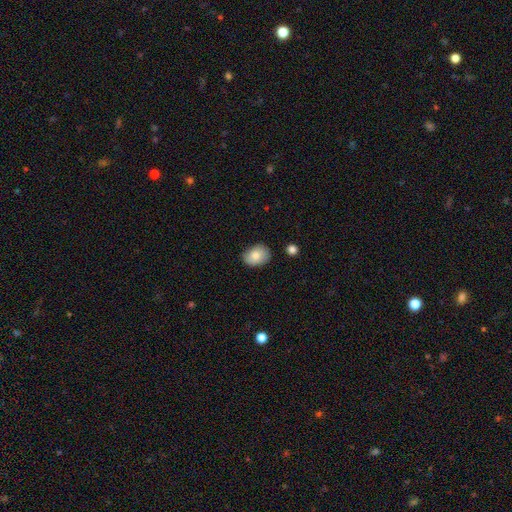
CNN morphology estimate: A smooth galaxy with no disk features (83%) that is in between round and cigar-shaped (71%). Merging: none (79%).